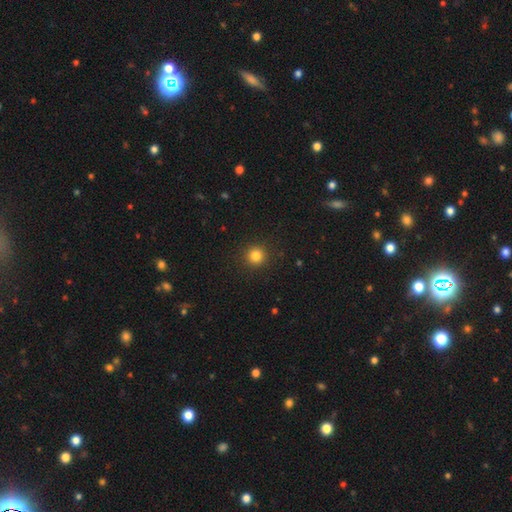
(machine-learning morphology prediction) smooth_or_featured: smooth (p=0.83) [alt: star or artifact p=0.13]
how_rounded: round (p=0.94) [alt: in between p=0.05]
merging: none (p=0.92) [alt: minor disturbance p=0.05]